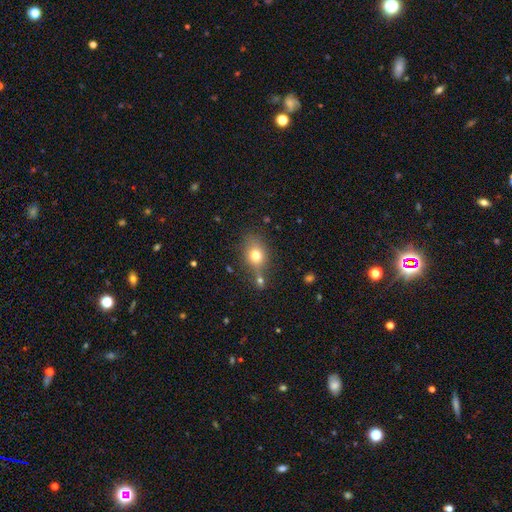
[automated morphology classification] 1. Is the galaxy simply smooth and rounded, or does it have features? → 75% smooth, 13% featured or disk, 13% star or artifact.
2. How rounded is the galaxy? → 52% in between, 46% round, 2% cigar-shaped.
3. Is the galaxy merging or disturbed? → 57% none, 20% merger, 16% minor disturbance, 7% major disturbance.